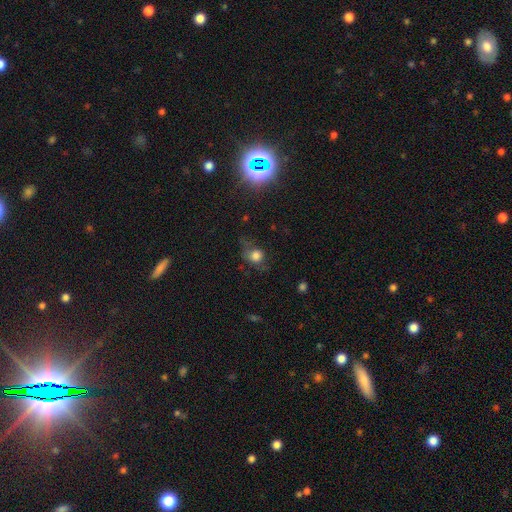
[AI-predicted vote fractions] This appears to be a smooth galaxy with no disk features (69%) that is round (67%). Merging: none (44%).